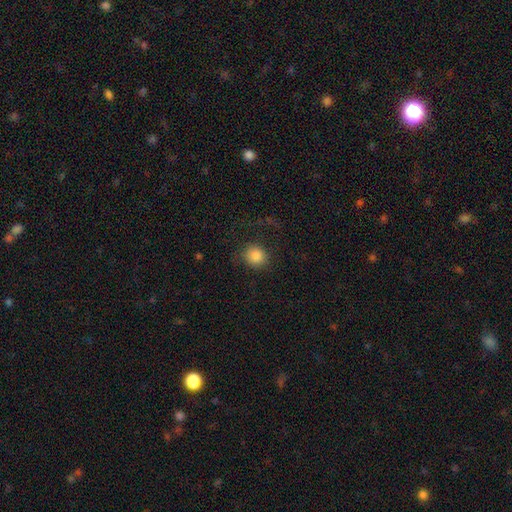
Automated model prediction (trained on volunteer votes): The model was most divided on "merging": none: 74%, minor disturbance: 13%, major disturbance: 12%, merger: 2%. More confident: how rounded — round (86%); smooth or featured — smooth (84%).